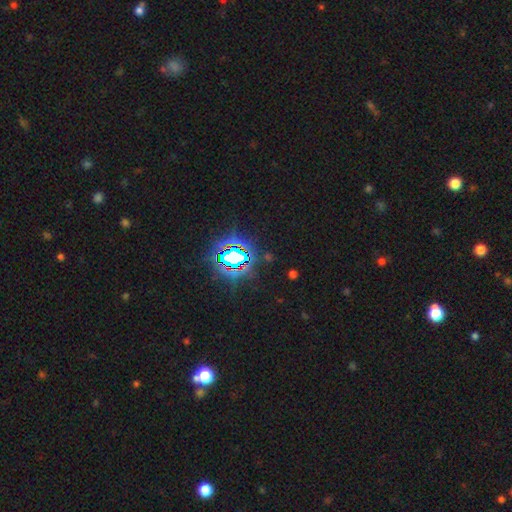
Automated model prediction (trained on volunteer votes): Morphology: type=star or artifact (81%).